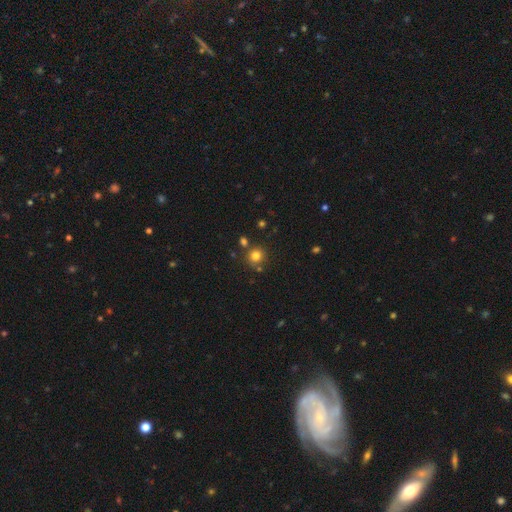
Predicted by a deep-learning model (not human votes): This is likely a smooth galaxy (79%). How rounded: clearly round (91%). Merging: likely none (78%).